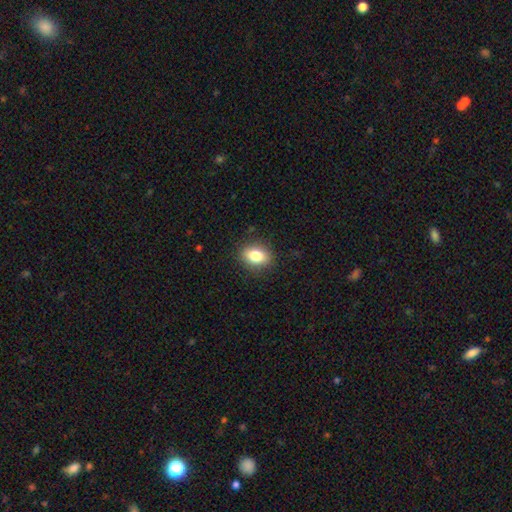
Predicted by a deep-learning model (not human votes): smooth_or_featured: smooth (p=0.82) [alt: star or artifact p=0.09]
how_rounded: in between (p=0.69) [alt: round p=0.30]
merging: none (p=0.87) [alt: minor disturbance p=0.09]